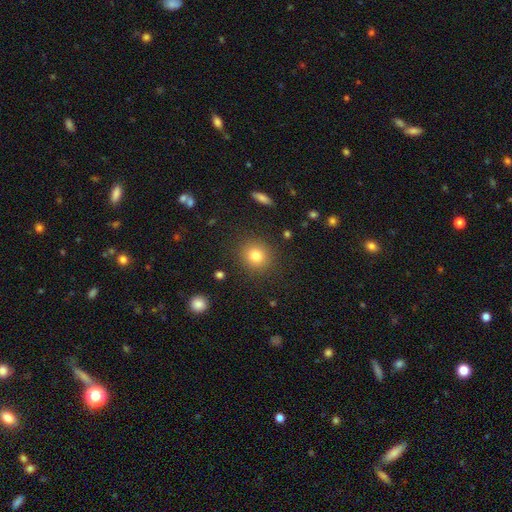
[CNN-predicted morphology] This appears to be a smooth galaxy with no disk features (80%) that is round (88%). Merging: none (88%).